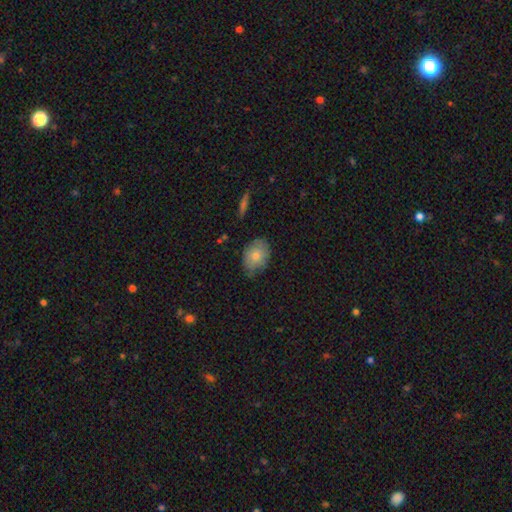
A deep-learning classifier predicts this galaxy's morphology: Smooth or featured?
  - smooth: 73% *
  - featured or disk: 19%
  - star or artifact: 8%
How rounded?
  - in between: 73% *
  - round: 25%
  - cigar-shaped: 1%
Merging?
  - none: 70% *
  - minor disturbance: 25%
  - major disturbance: 4%
  - merger: 2%